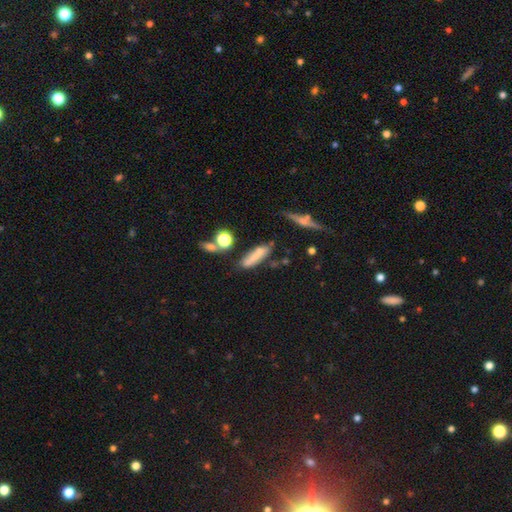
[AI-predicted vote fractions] Smooth or featured?
  - smooth: 67% *
  - featured or disk: 22%
  - star or artifact: 11%
How rounded?
  - cigar-shaped: 66% *
  - in between: 31%
  - round: 3%
Merging?
  - none: 59% *
  - minor disturbance: 21%
  - merger: 12%
  - major disturbance: 7%